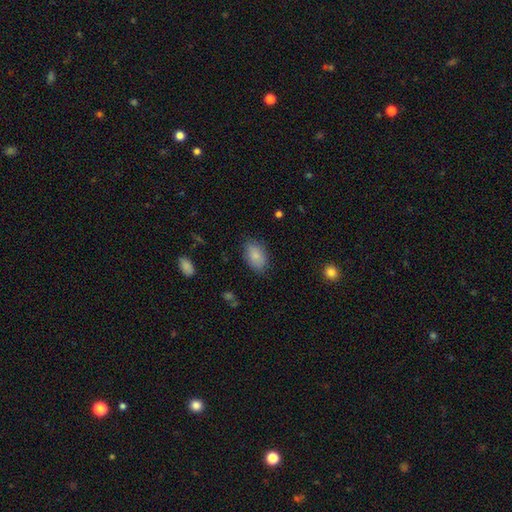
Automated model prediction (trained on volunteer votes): Smooth or featured: smooth — 84% (featured or disk — 9%)
How rounded: in between — 91% (round — 8%)
Merging: none — 80% (minor disturbance — 15%)